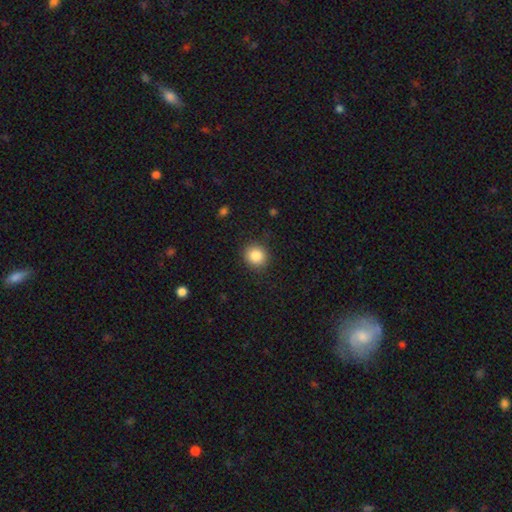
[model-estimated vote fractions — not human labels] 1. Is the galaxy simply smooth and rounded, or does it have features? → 85% smooth, 10% star or artifact, 5% featured or disk.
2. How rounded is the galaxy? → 89% round, 10% in between, 1% cigar-shaped.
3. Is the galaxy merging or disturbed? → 90% none, 7% minor disturbance, 2% major disturbance, 1% merger.